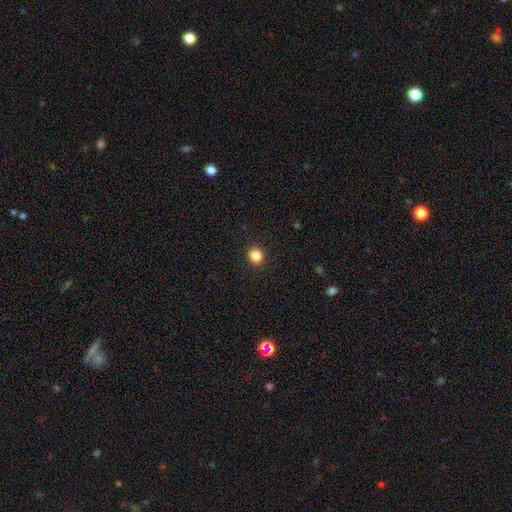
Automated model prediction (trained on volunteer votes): Q: Smooth or featured?
A: smooth (86%); runner-up: star or artifact (11%)
Q: How rounded?
A: round (89%); runner-up: in between (10%)
Q: Merging?
A: none (92%); runner-up: minor disturbance (5%)